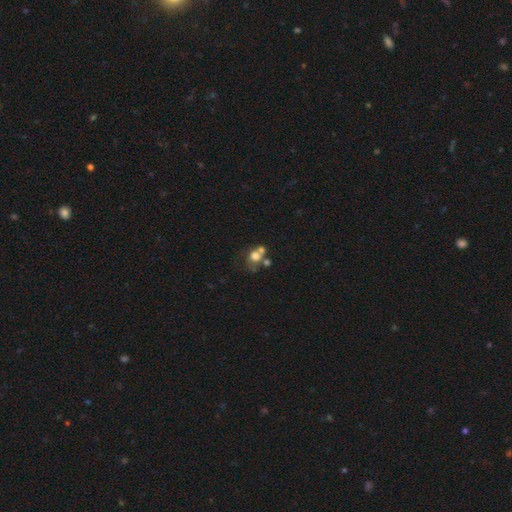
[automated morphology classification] The model was most divided on "merging": merger: 45%, none: 35%, minor disturbance: 11%, major disturbance: 9%. More confident: how rounded — round (69%); smooth or featured — smooth (66%).